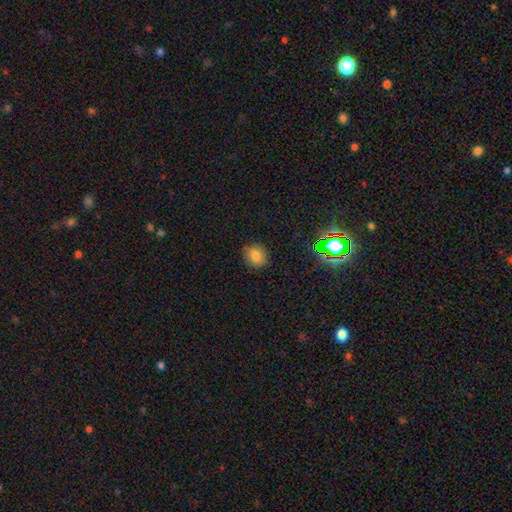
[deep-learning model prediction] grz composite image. It shows a smooth galaxy with no disk features (78%) that is round (71%). Merging: none (84%).